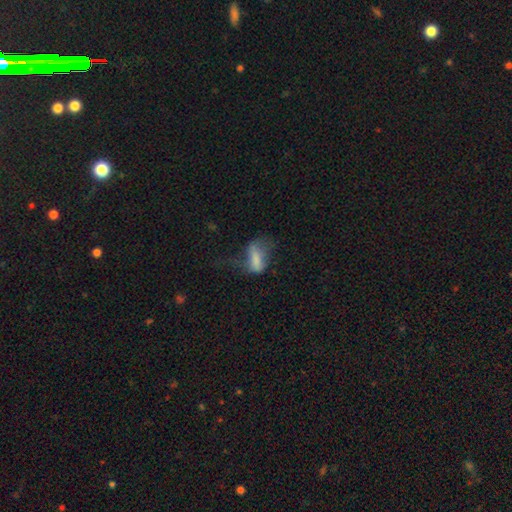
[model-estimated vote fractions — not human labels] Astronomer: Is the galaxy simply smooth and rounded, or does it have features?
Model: smooth — 58%.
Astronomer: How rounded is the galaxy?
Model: in between — 81%.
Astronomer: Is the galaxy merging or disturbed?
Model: major disturbance — 48% (runner-up: none, 25%).